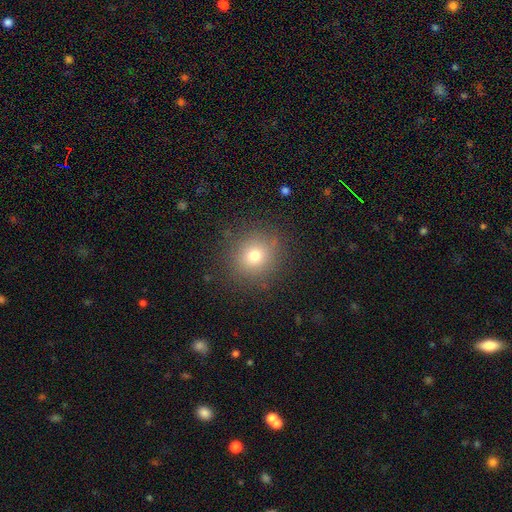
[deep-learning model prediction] Smooth or featured: smooth — 70% (star or artifact — 21%)
How rounded: round — 87% (in between — 12%)
Merging: none — 90% (minor disturbance — 6%)